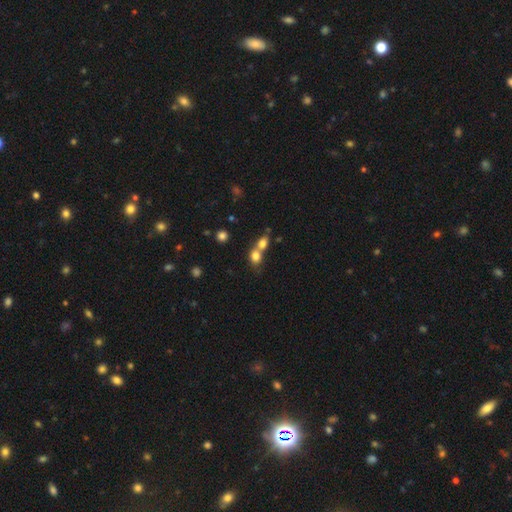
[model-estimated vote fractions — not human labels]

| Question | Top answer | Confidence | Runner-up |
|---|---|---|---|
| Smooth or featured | smooth | 78% | star or artifact (11%) |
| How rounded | round | 60% | in between (38%) |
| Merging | merger | 63% | none (27%) |